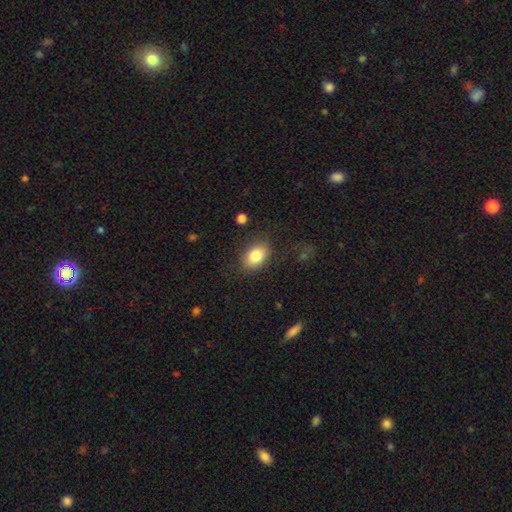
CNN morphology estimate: A smooth galaxy with no disk features (82%) that is in between round and cigar-shaped (79%). Merging: none (81%).